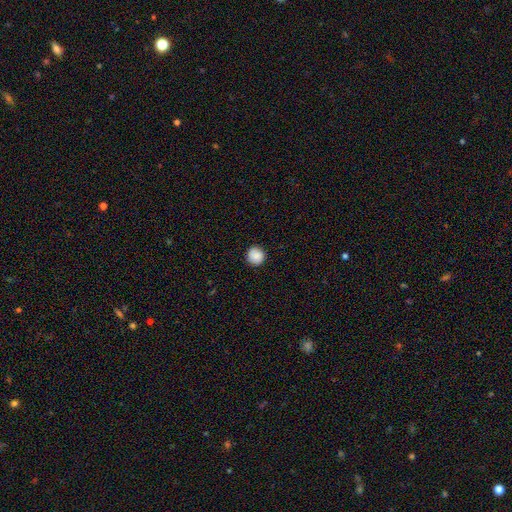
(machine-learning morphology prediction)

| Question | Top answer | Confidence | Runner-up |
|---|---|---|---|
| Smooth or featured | smooth | 87% | star or artifact (8%) |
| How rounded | round | 93% | in between (6%) |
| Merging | none | 89% | minor disturbance (8%) |